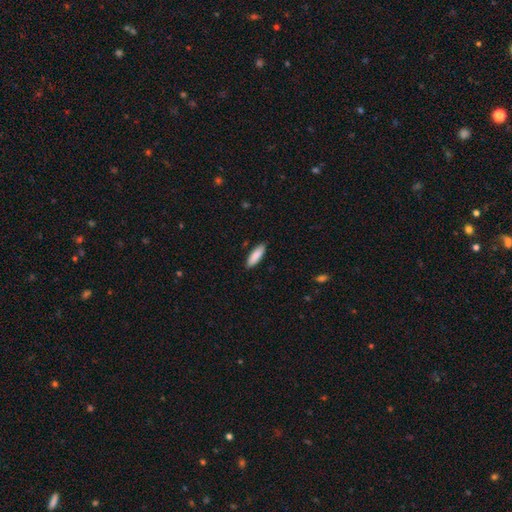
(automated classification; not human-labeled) A smooth galaxy with no disk features (88%) that is cigar-shaped (51%).

Vote fractions:
- Smooth or featured? smooth: 88% / featured or disk: 7% / star or artifact: 5%
- How rounded? cigar-shaped: 51% / in between: 48% / round: 1%
- Merging? none: 89% / minor disturbance: 8% / major disturbance: 2% / merger: 1%